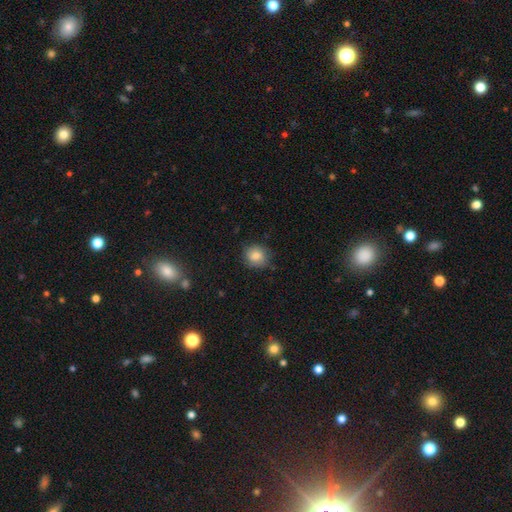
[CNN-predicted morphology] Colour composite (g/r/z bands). It shows a smooth galaxy with no disk features (82%) that is round (80%). Merging: none (78%).